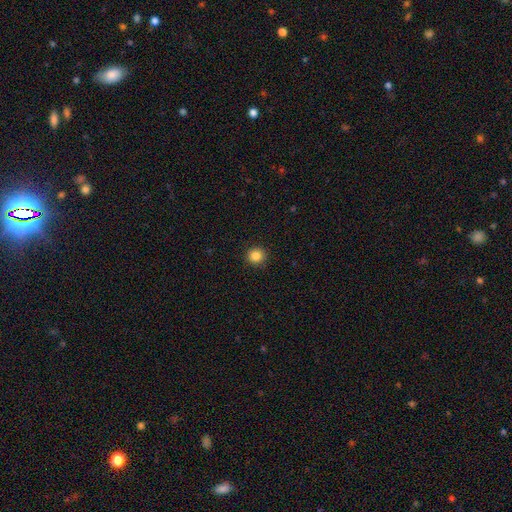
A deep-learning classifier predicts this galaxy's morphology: Smooth or featured? Predicted: smooth (p=0.85). How rounded? Predicted: round (p=0.94). Merging? Predicted: none (p=0.93).